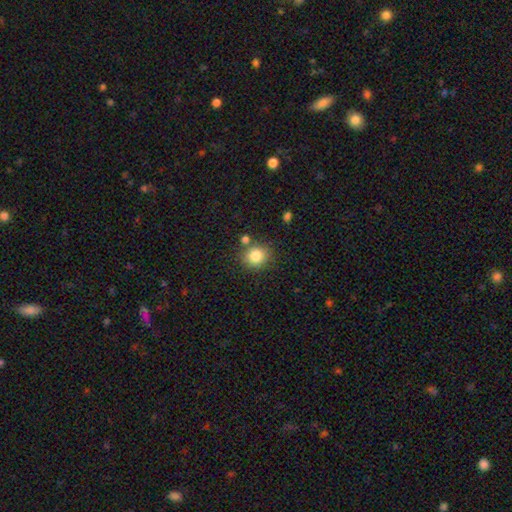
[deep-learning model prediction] A smooth galaxy with no disk features (83%) that is round (82%). Merging: none (77%).